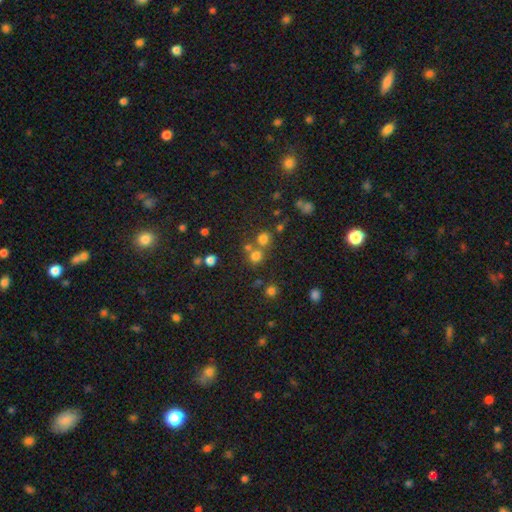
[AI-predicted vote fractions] Smooth or featured? smooth (69%)
How rounded? round (88%)
Merging? none (60%)